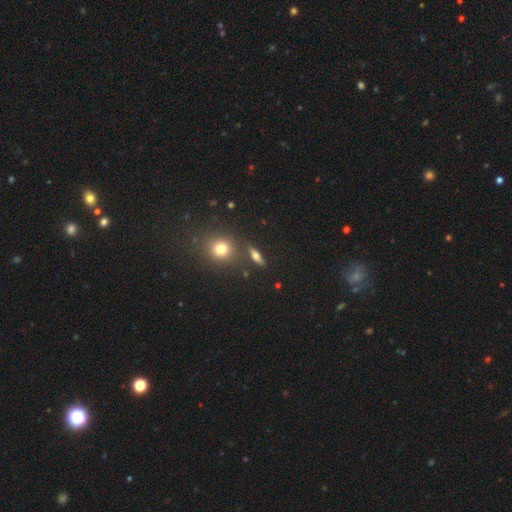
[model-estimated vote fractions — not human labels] This appears to be a smooth galaxy with no disk features (53%) that is cigar-shaped (43%). Merging: none (81%).